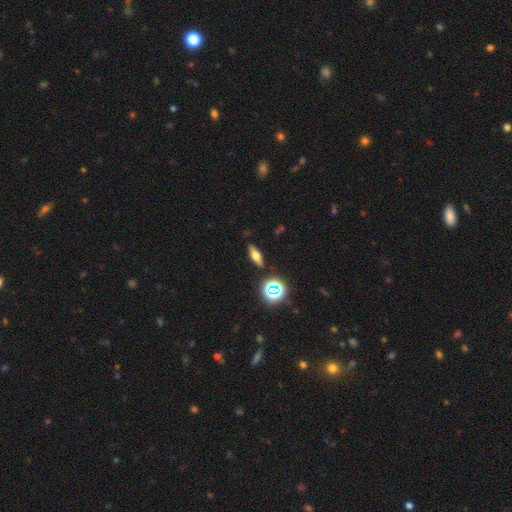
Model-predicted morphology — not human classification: Smooth or featured: smooth — 46% (featured or disk — 39%)
Merging: none — 87% (minor disturbance — 8%)